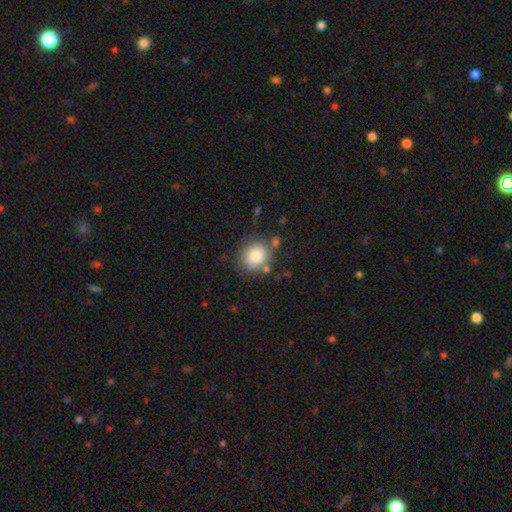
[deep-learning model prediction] A smooth galaxy with no disk features (81%) that is round (81%).

Vote fractions:
- Smooth or featured? smooth: 81% / featured or disk: 10% / star or artifact: 9%
- How rounded? round: 81% / in between: 18% / cigar-shaped: 1%
- Merging? none: 76% / minor disturbance: 13% / merger: 7% / major disturbance: 4%